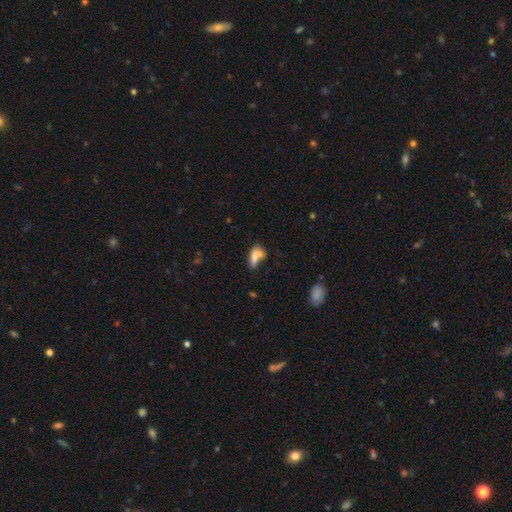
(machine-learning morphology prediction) This appears to be a smooth galaxy with no disk features (71%) that is in between round and cigar-shaped (79%). Merging: merger (45%).